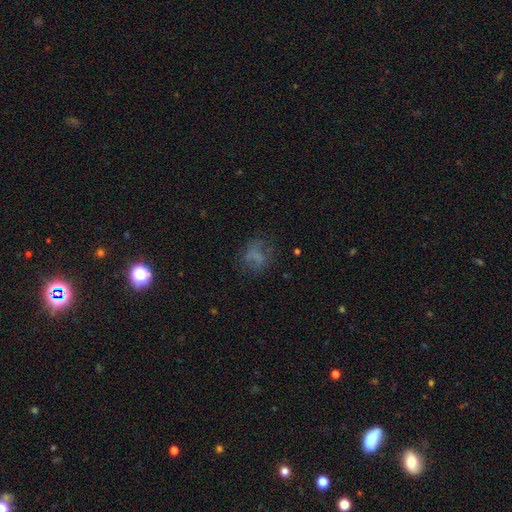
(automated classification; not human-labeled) Smooth or featured? Predicted: smooth (p=0.53). How rounded? Predicted: round (p=0.54). Merging? Predicted: none (p=0.53).